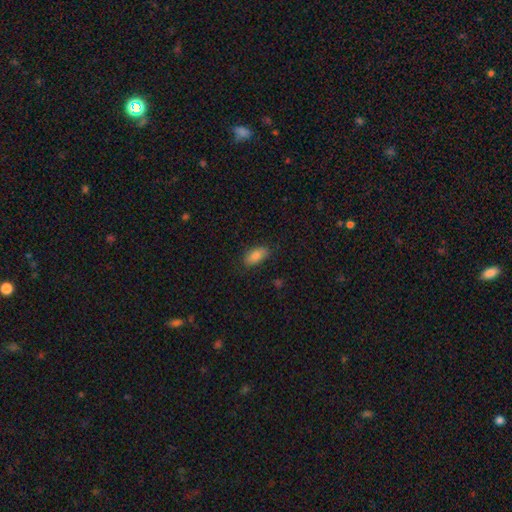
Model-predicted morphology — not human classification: This is clearly a smooth galaxy (84%). How rounded: clearly in between (91%). Merging: clearly none (84%).